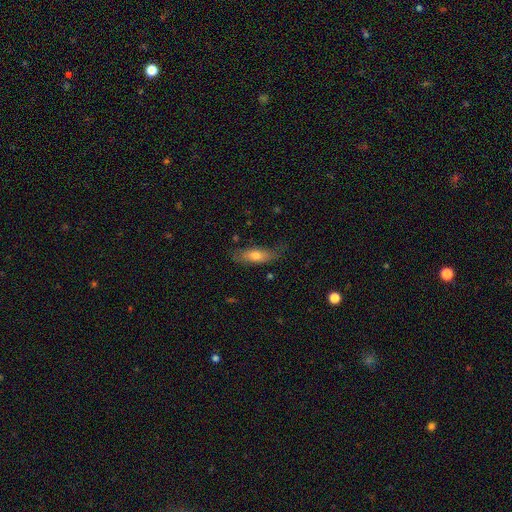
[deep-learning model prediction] Overall: smooth (64%; featured or disk 29%). How rounded: in between (62%; cigar-shaped 35%). Merging: none (66%).